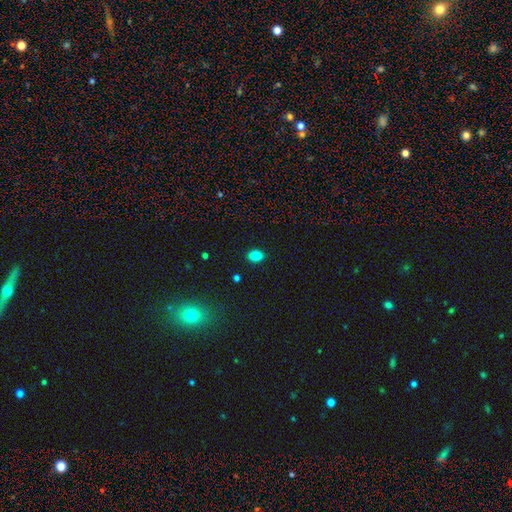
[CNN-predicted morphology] smooth-or-featured: smooth: 85% | star or artifact: 10% | featured or disk: 5%
  how-rounded: in between: 71% | round: 28% | cigar-shaped: 1%
  merging: none: 89% | minor disturbance: 8% | major disturbance: 2% | merger: 1%